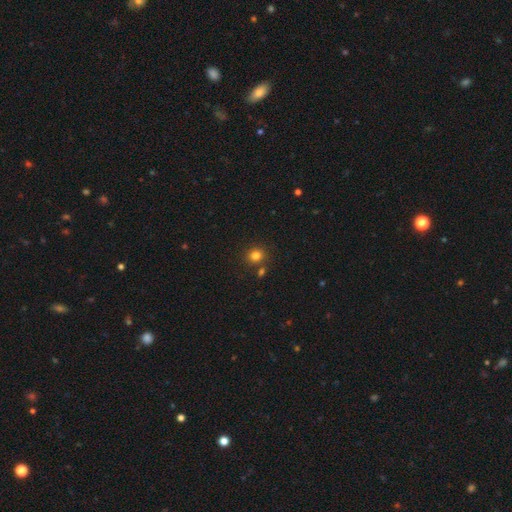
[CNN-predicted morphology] smooth_or_featured: smooth (p=0.81) [alt: star or artifact p=0.14]
how_rounded: round (p=0.84) [alt: in between p=0.15]
merging: none (p=0.80) [alt: merger p=0.09]